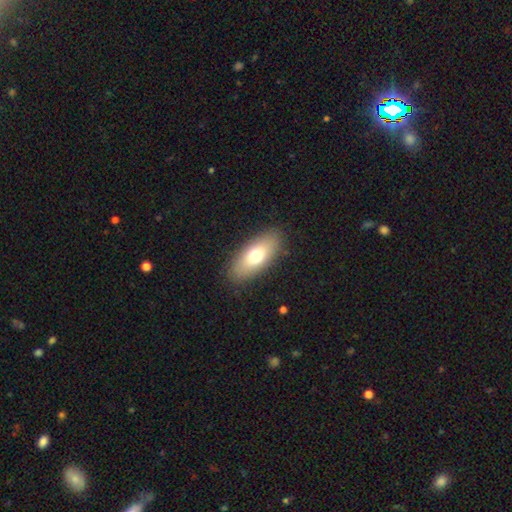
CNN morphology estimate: A smooth galaxy with no disk features (71%) that is in between round and cigar-shaped (82%). Merging: none (87%).